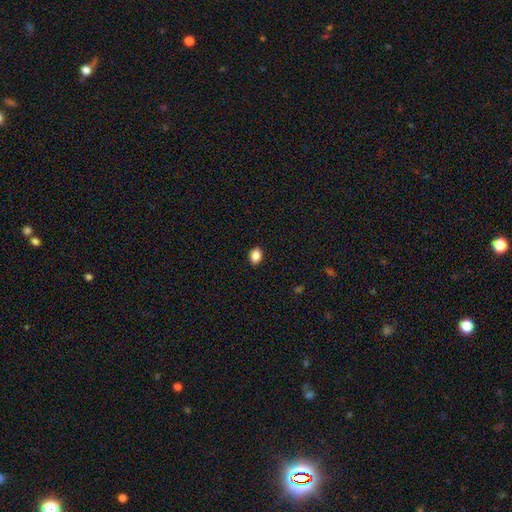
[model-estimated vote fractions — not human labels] Smooth or featured? Predicted: smooth (p=0.88). How rounded? Predicted: in between (p=0.77). Merging? Predicted: none (p=0.89).